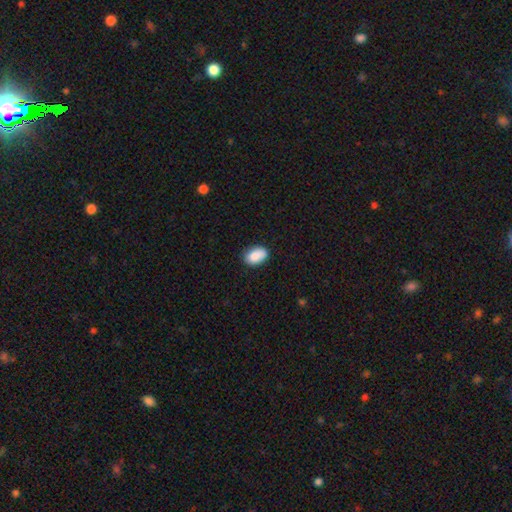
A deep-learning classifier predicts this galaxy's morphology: A smooth galaxy with no disk features (87%) that is in between round and cigar-shaped (88%).

Vote fractions:
- Smooth or featured? smooth: 87% / star or artifact: 7% / featured or disk: 6%
- How rounded? in between: 88% / round: 11% / cigar-shaped: 1%
- Merging? none: 79% / minor disturbance: 17% / major disturbance: 3% / merger: 2%